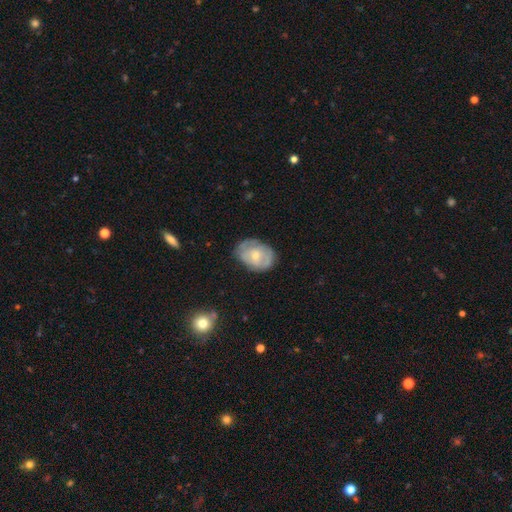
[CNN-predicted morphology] Smooth or featured?
  - featured or disk: 50% *
  - smooth: 44%
  - star or artifact: 6%
Edge-on disk?
  - no: 96% *
  - yes: 4%
Merging?
  - none: 65% *
  - minor disturbance: 25%
  - major disturbance: 8%
  - merger: 2%